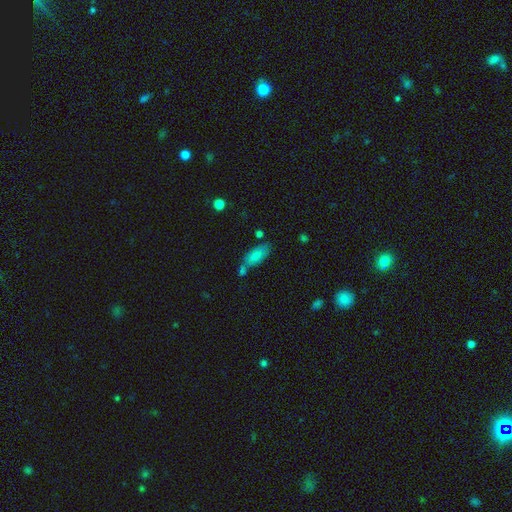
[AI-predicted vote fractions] Morphology: type=smooth (78%); roundness=in between (83%); merging=none (58%).